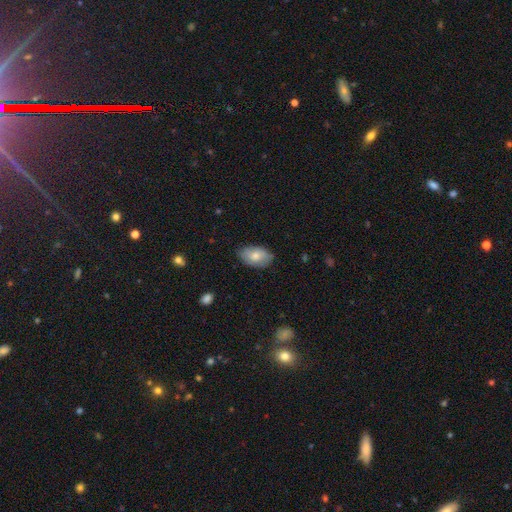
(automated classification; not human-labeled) Overall: smooth (73%). How rounded: in between (92%). Merging: none (79%).